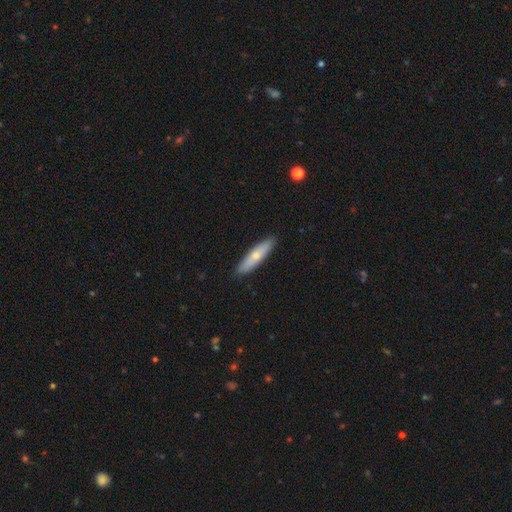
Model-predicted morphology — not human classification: This is likely a smooth galaxy (63%). How rounded: likely cigar-shaped (75%). Merging: clearly none (89%).